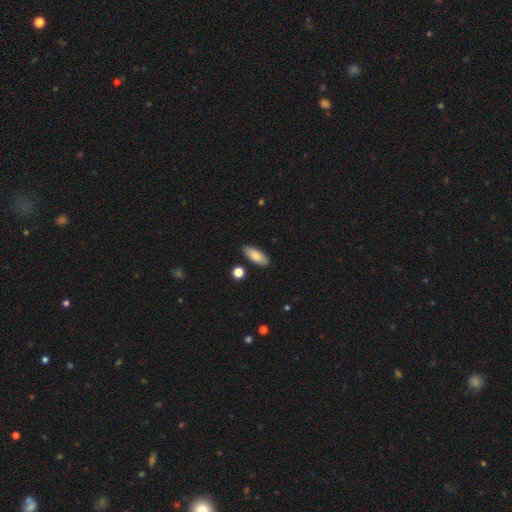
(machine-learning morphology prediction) This appears to be a smooth galaxy with no disk features (84%) that is in between round and cigar-shaped (71%). Merging: none (85%).